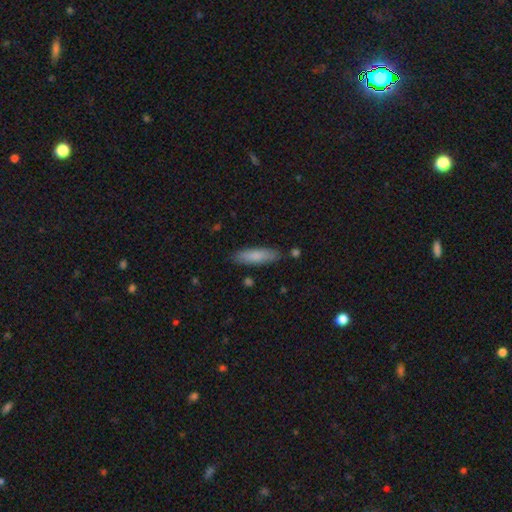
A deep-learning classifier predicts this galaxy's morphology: A smooth galaxy with no disk features (81%) that is cigar-shaped (64%).

Vote fractions:
- Smooth or featured? smooth: 81% / featured or disk: 13% / star or artifact: 6%
- How rounded? cigar-shaped: 64% / in between: 34% / round: 1%
- Merging? none: 85% / minor disturbance: 11% / merger: 2% / major disturbance: 2%